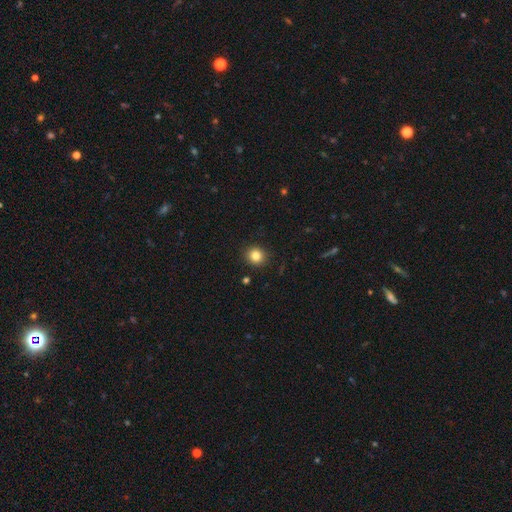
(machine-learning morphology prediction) smooth-or-featured: smooth: 83% | star or artifact: 11% | featured or disk: 6%
  how-rounded: round: 87% | in between: 12% | cigar-shaped: 1%
  merging: none: 91% | minor disturbance: 6% | major disturbance: 2% | merger: 1%